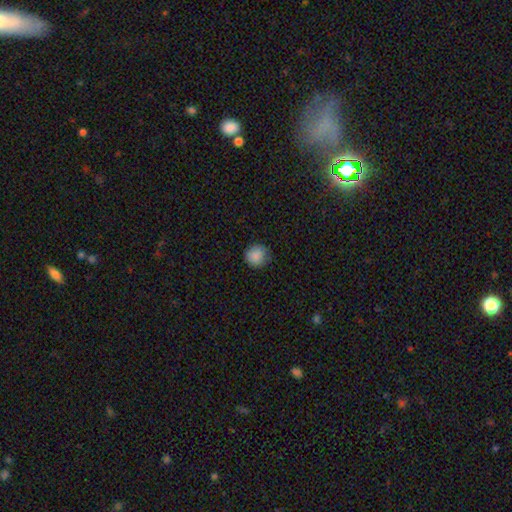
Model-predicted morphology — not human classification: Overall: smooth (87%). How rounded: round (92%). Merging: none (85%).